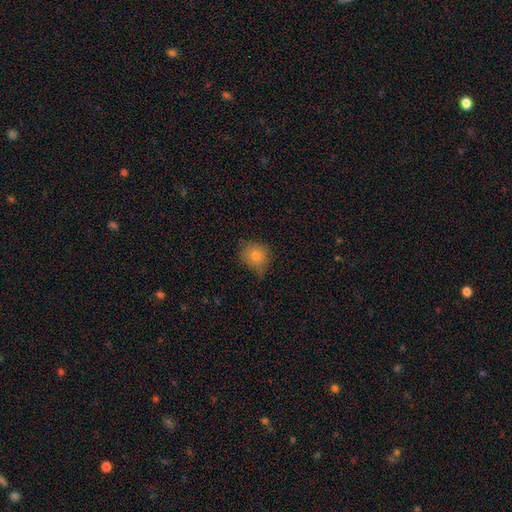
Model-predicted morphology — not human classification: Overall: smooth (78%). How rounded: round (81%). Merging: none (66%; minor disturbance 27%).